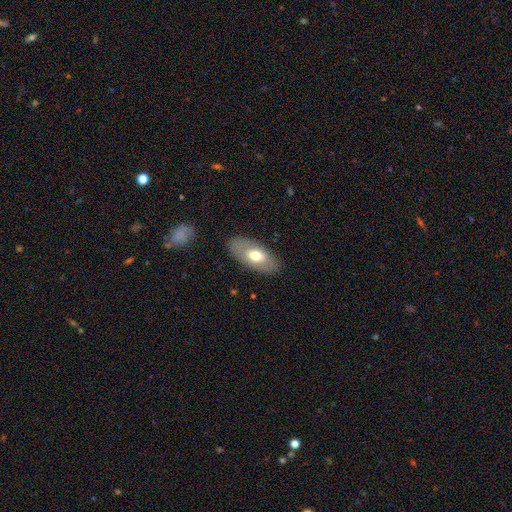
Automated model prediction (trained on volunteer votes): Q: Smooth or featured?
A: smooth (63%); runner-up: featured or disk (31%)
Q: How rounded?
A: in between (91%); runner-up: cigar-shaped (5%)
Q: Merging?
A: none (85%); runner-up: minor disturbance (11%)